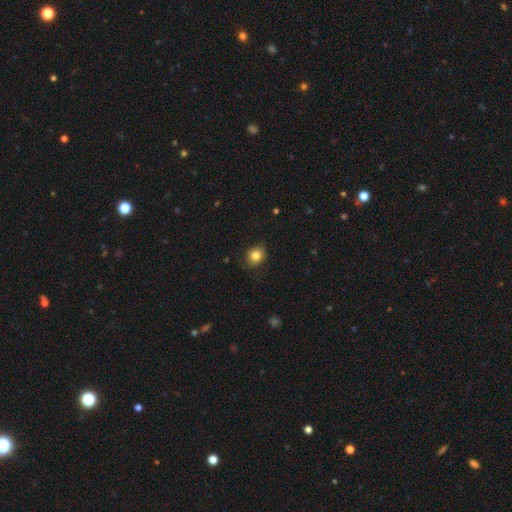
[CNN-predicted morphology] A smooth galaxy with no disk features (83%) that is round (62%). Merging: none (84%).